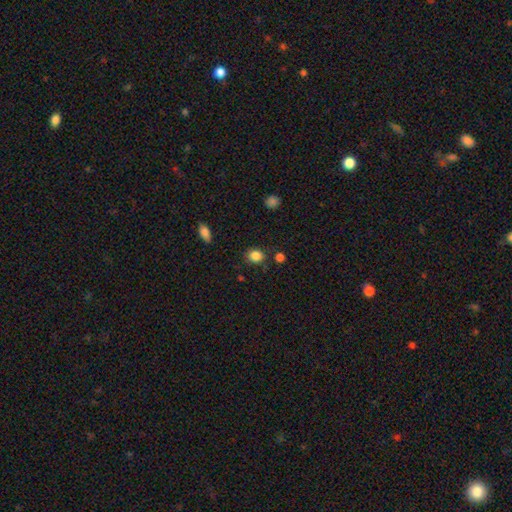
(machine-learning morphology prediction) This appears to be a smooth galaxy with no disk features (85%) that is round (64%). Merging: none (78%).